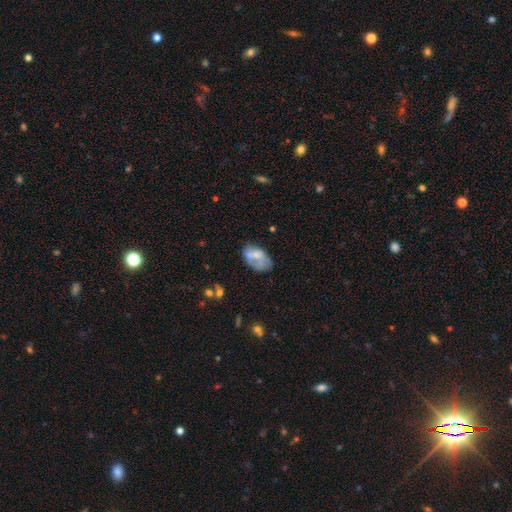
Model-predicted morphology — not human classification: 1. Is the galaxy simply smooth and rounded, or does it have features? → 56% smooth, 36% featured or disk, 8% star or artifact.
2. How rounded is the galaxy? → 90% in between, 8% round, 2% cigar-shaped.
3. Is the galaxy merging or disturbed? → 40% none, 30% minor disturbance, 17% major disturbance, 13% merger.